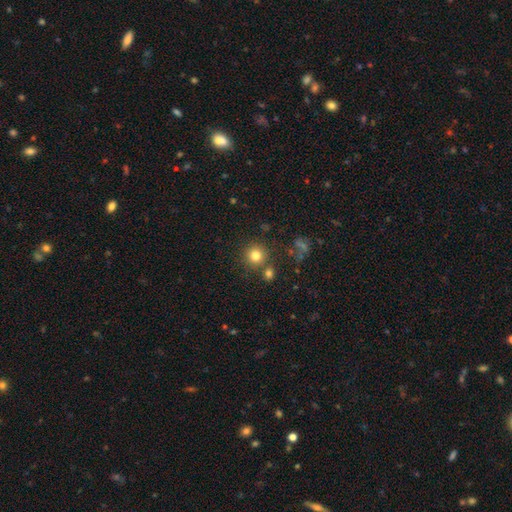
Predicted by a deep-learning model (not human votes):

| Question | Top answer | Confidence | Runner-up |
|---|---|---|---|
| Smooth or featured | smooth | 79% | star or artifact (13%) |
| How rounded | round | 93% | in between (6%) |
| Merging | none | 79% | merger (10%) |